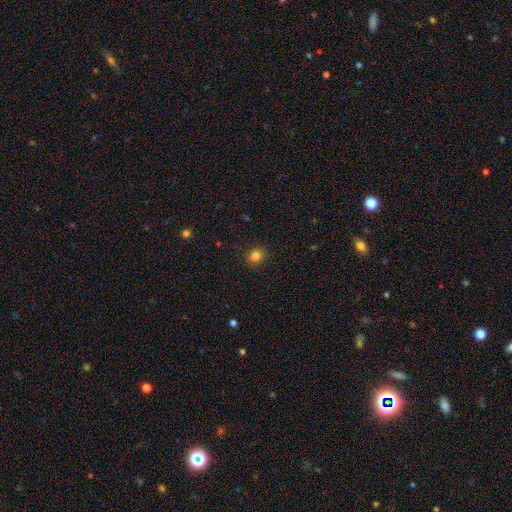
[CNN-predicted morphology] Smooth or featured: smooth — 82% (star or artifact — 13%)
How rounded: round — 77% (in between — 22%)
Merging: none — 90% (minor disturbance — 7%)